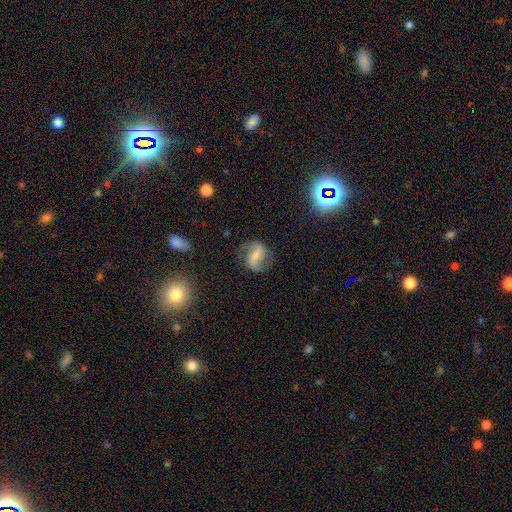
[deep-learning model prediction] Overall: featured or disk (76%). Edge-on disk: no (97%). Bar: strong (42%; weak 39%). Spiral arms: yes (93%). Spiral arm count: 2 (89%). Spiral winding: medium (46%; loose 38%). Bulge size: small (50%; moderate 32%). Merging: none (74%).